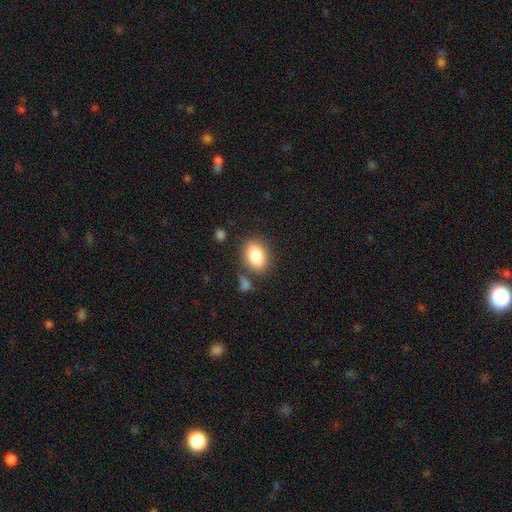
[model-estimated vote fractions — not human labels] smooth-or-featured: smooth: 83% | featured or disk: 9% | star or artifact: 8%
  how-rounded: in between: 82% | round: 17% | cigar-shaped: 2%
  merging: none: 78% | minor disturbance: 12% | merger: 6% | major disturbance: 4%